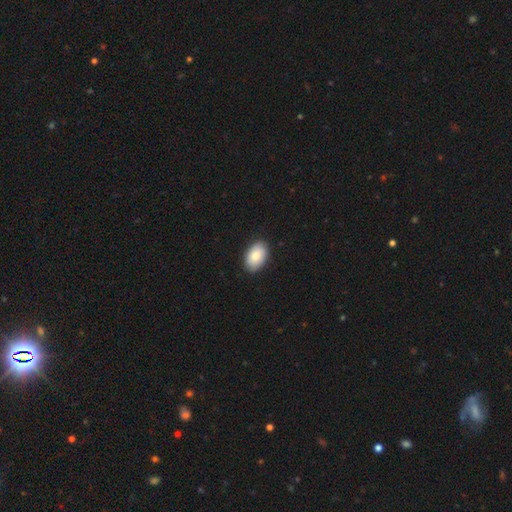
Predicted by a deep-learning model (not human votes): A smooth galaxy with no disk features (86%) that is in between round and cigar-shaped (93%).

Vote fractions:
- Smooth or featured? smooth: 86% / featured or disk: 8% / star or artifact: 6%
- How rounded? in between: 93% / round: 6% / cigar-shaped: 1%
- Merging? none: 89% / minor disturbance: 8% / major disturbance: 2% / merger: 1%